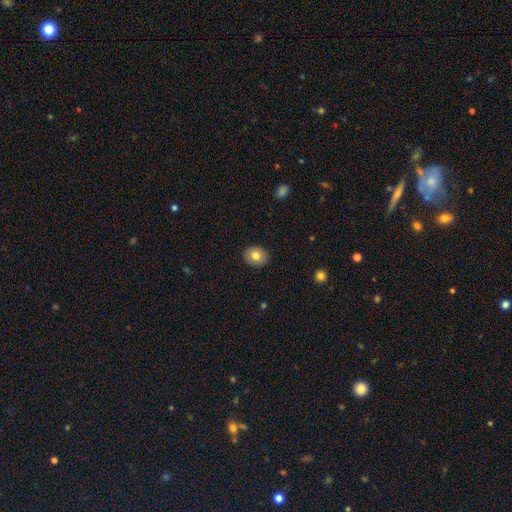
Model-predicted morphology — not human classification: The model was most divided on "how rounded": round: 54%, in between: 45%, cigar-shaped: 1%. More confident: merging — none (89%); smooth or featured — smooth (79%).